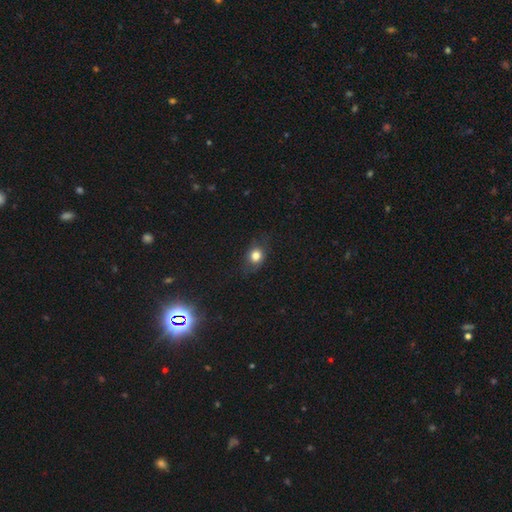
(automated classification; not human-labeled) Smooth or featured: smooth — 76% (star or artifact — 13%)
How rounded: round — 52% (in between — 46%)
Merging: none — 73% (minor disturbance — 19%)